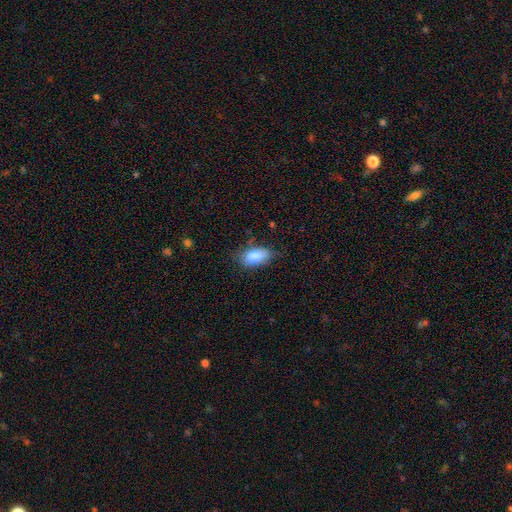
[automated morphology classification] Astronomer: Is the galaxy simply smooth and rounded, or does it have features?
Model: smooth — 85%.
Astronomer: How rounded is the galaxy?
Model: in between — 92%.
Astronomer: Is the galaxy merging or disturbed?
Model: none — 67%.